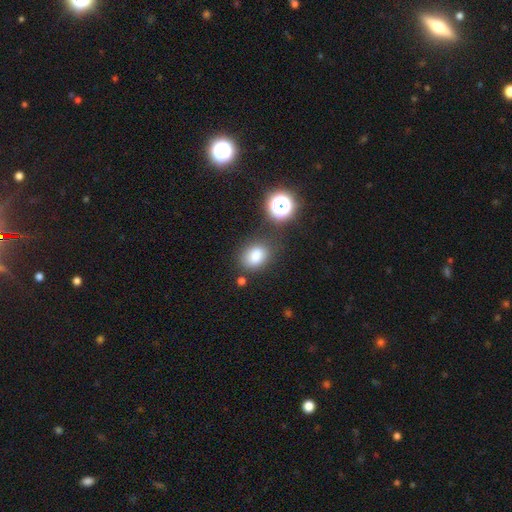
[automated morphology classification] smooth_or_featured: smooth (p=0.81) [alt: star or artifact p=0.12]
how_rounded: in between (p=0.62) [alt: round p=0.37]
merging: none (p=0.71) [alt: minor disturbance p=0.16]